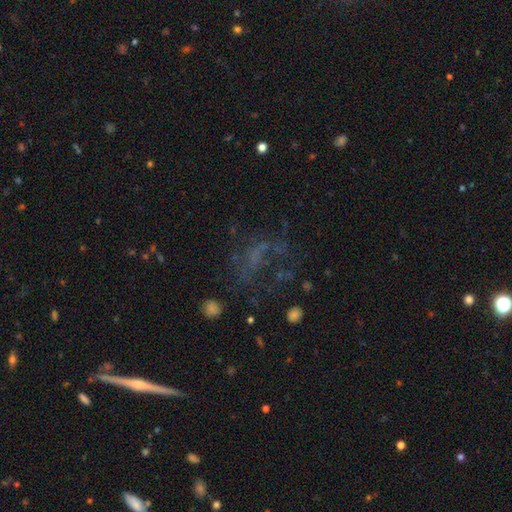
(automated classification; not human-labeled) Smooth or featured: featured or disk — 41% (star or artifact — 33%)
Merging: none — 45% (major disturbance — 35%)